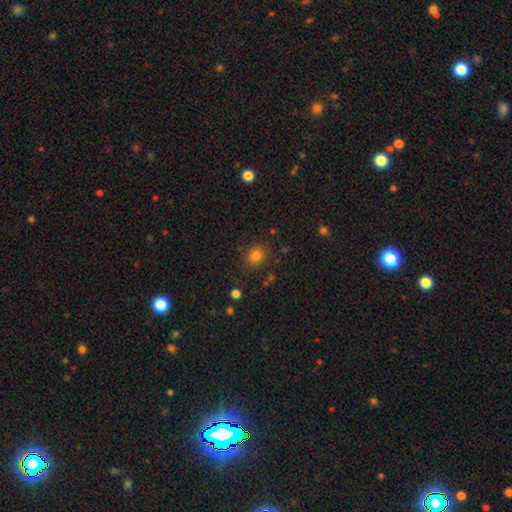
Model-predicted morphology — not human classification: type=smooth (80%); roundness=round (71%); merging=none (83%).